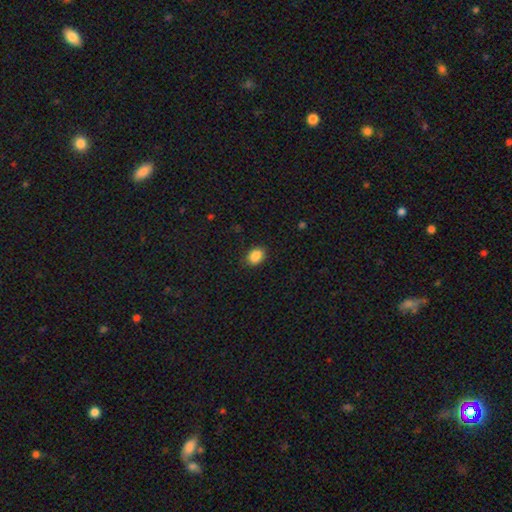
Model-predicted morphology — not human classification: A smooth galaxy with no disk features (88%) that is in between round and cigar-shaped (70%).

Vote fractions:
- Smooth or featured? smooth: 88% / star or artifact: 9% / featured or disk: 3%
- How rounded? in between: 70% / round: 29% / cigar-shaped: 1%
- Merging? none: 85% / minor disturbance: 11% / major disturbance: 3% / merger: 1%